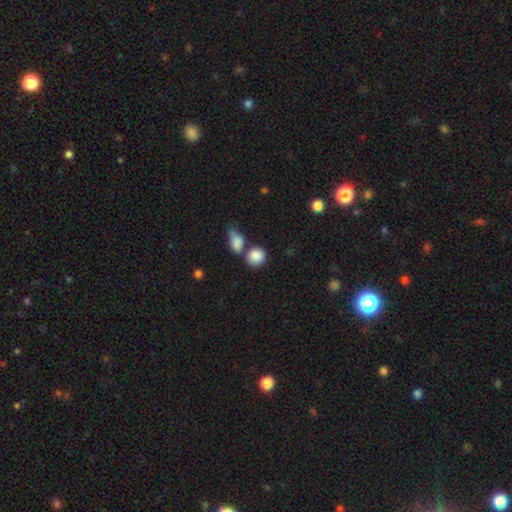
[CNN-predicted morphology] Smooth or featured? smooth (87%)
How rounded? round (75%)
Merging? none (51%)